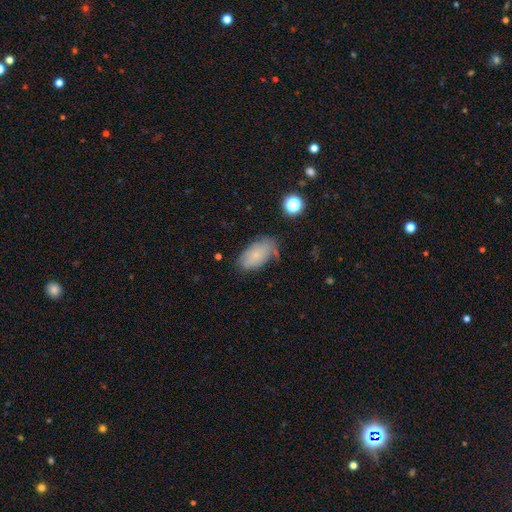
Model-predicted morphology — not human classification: smooth-or-featured: smooth: 74% | featured or disk: 17% | star or artifact: 9%
  how-rounded: in between: 93% | round: 4% | cigar-shaped: 3%
  merging: none: 59% | minor disturbance: 28% | major disturbance: 9% | merger: 5%